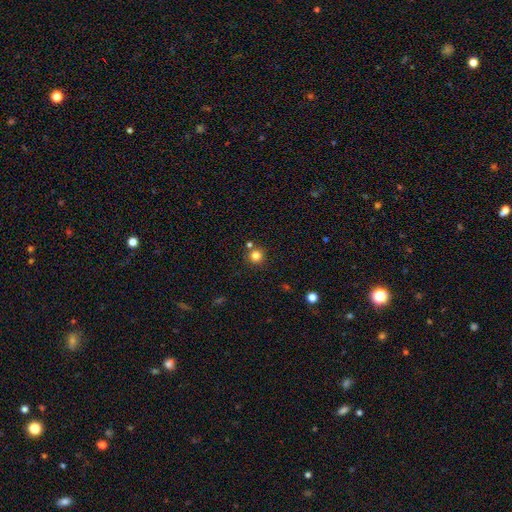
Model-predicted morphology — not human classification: Smooth or featured: smooth — 80% (star or artifact — 13%)
How rounded: round — 94% (in between — 5%)
Merging: none — 79% (merger — 11%)